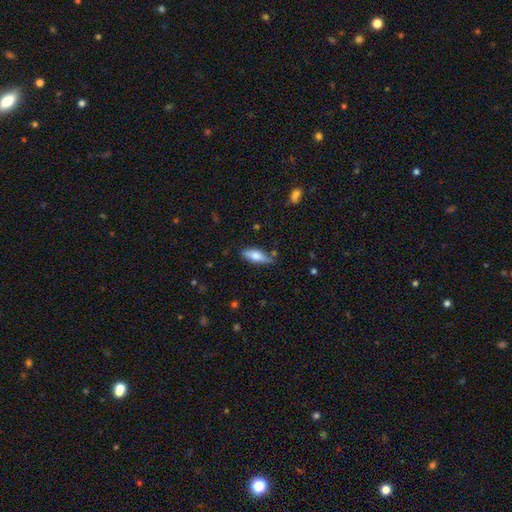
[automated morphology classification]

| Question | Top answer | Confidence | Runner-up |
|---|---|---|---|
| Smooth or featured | smooth | 60% | featured or disk (33%) |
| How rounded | in between | 58% | cigar-shaped (40%) |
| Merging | none | 77% | minor disturbance (16%) |